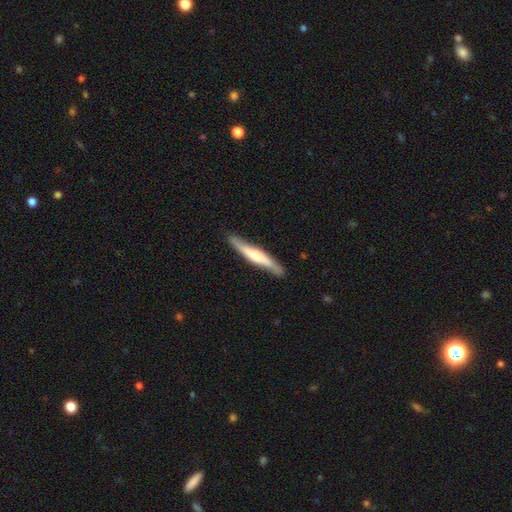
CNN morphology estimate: This appears to be a featured or disk galaxy (51%) viewed edge-on (88%). Merging: none (86%).